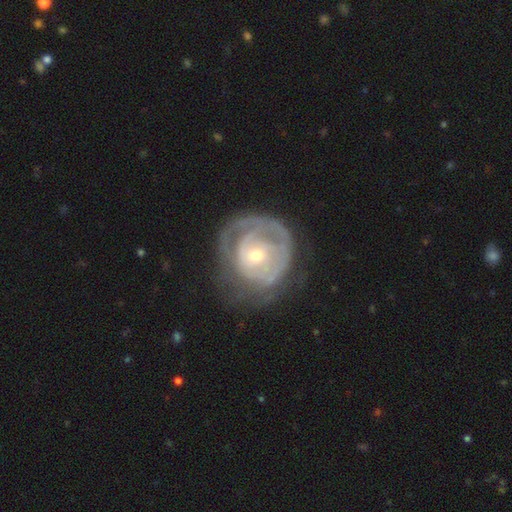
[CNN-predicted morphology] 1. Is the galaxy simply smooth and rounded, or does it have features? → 73% featured or disk, 21% smooth, 6% star or artifact.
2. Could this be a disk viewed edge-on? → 97% no, 3% yes.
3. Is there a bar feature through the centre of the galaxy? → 70% no, 24% weak, 6% strong.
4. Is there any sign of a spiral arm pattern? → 70% yes, 30% no.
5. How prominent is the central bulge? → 55% small, 40% moderate, 2% large, 1% none, 1% dominant.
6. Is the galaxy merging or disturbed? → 49% none, 26% major disturbance, 24% minor disturbance, 2% merger.